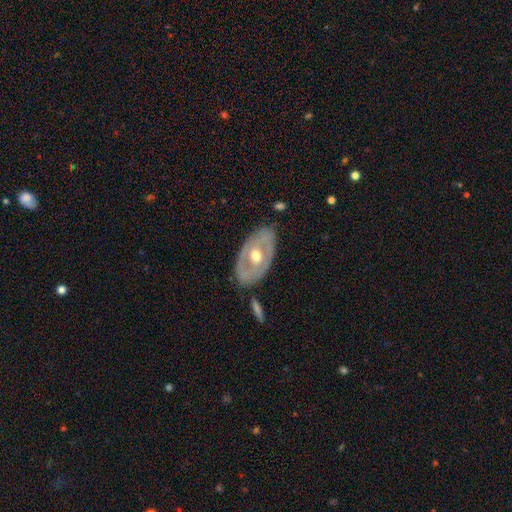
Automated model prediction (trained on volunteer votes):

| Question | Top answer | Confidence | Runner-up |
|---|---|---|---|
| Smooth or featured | featured or disk | 66% | smooth (29%) |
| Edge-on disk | no | 88% | yes (12%) |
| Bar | no | 72% | weak (21%) |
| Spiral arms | no | 72% | yes (28%) |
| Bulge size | moderate | 77% | small (12%) |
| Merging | none | 76% | minor disturbance (16%) |